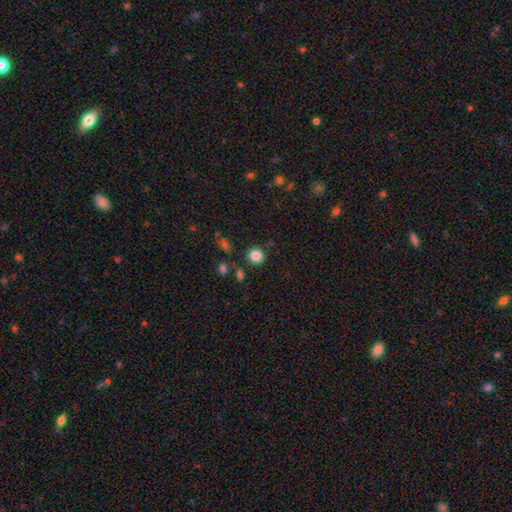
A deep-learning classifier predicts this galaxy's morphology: Q: Smooth or featured?
A: smooth (85%); runner-up: star or artifact (11%)
Q: How rounded?
A: round (89%); runner-up: in between (10%)
Q: Merging?
A: none (83%); runner-up: minor disturbance (9%)